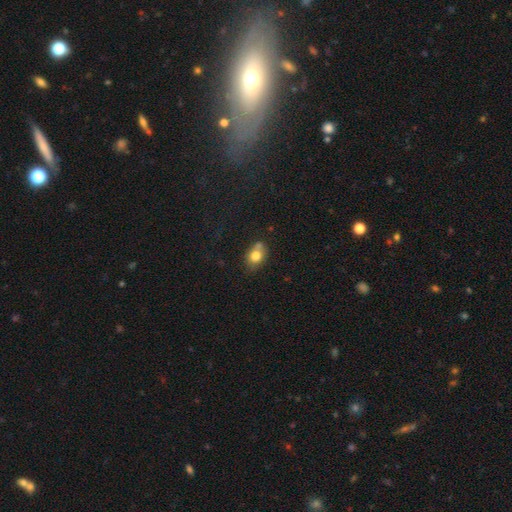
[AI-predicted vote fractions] Smooth or featured? Predicted: smooth (p=0.77). How rounded? Predicted: in between (p=0.52). Merging? Predicted: none (p=0.57).